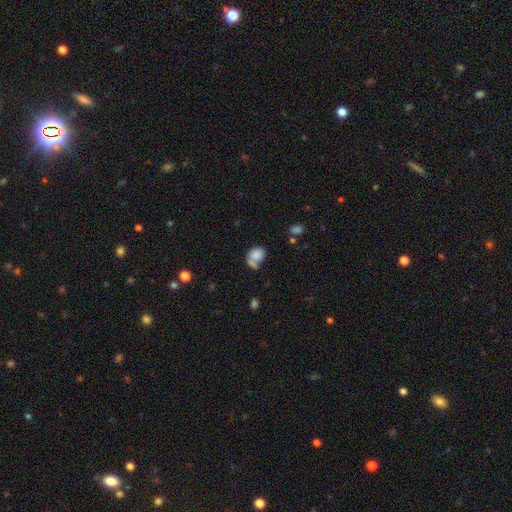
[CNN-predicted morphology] Smooth or featured? Predicted: smooth (p=0.77). How rounded? Predicted: round (p=0.51). Merging? Predicted: merger (p=0.34, tied with none).